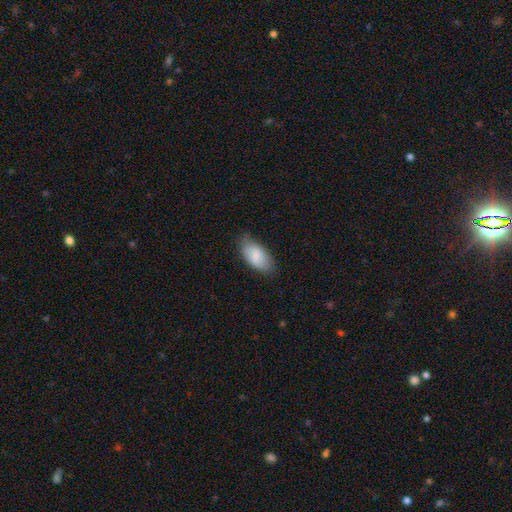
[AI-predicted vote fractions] The model was most divided on "merging": none: 73%, minor disturbance: 22%, major disturbance: 4%, merger: 1%. More confident: how rounded — in between (93%); smooth or featured — smooth (81%).